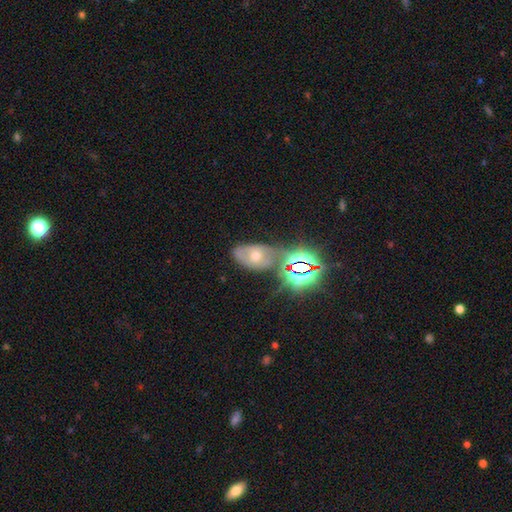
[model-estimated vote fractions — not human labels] A star or artifact, not a galaxy (40%).